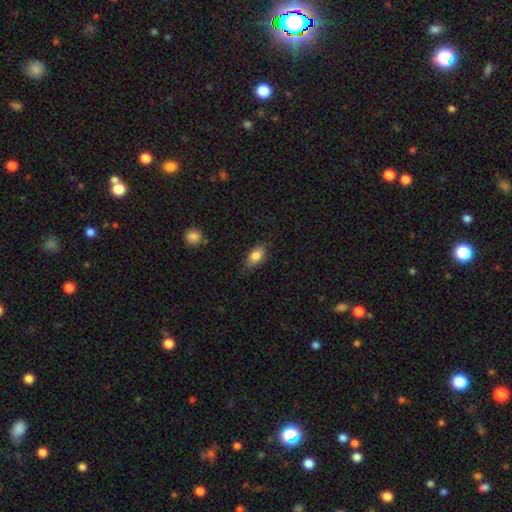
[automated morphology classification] Overall: smooth (83%). How rounded: in between (88%). Merging: none (77%).